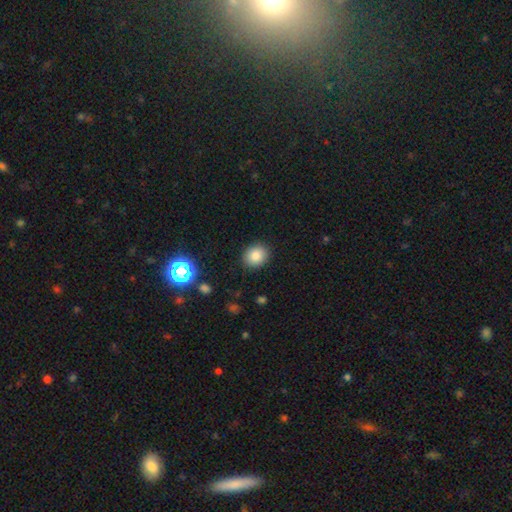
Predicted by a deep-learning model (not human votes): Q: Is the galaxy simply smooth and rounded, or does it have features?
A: smooth — 84%.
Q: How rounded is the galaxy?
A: round — 62%.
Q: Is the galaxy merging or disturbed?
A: none — 88%.